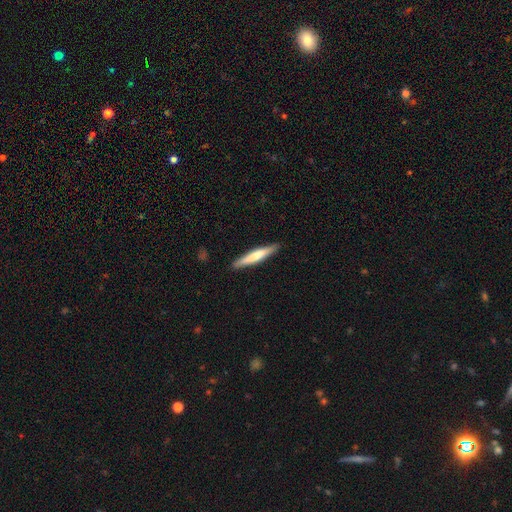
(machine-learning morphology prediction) The model was most divided on "smooth or featured": smooth: 61%, featured or disk: 34%, star or artifact: 5%. More confident: how rounded — cigar-shaped (93%); merging — none (90%).